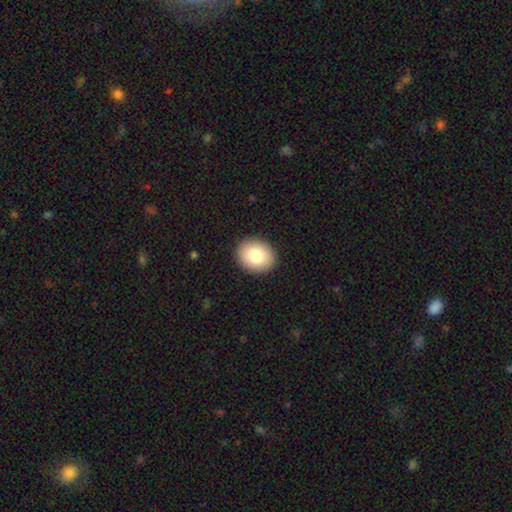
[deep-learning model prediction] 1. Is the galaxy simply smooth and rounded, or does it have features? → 81% smooth, 11% featured or disk, 8% star or artifact.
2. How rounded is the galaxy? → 61% round, 38% in between, 1% cigar-shaped.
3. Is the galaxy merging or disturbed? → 91% none, 6% minor disturbance, 2% major disturbance, 1% merger.